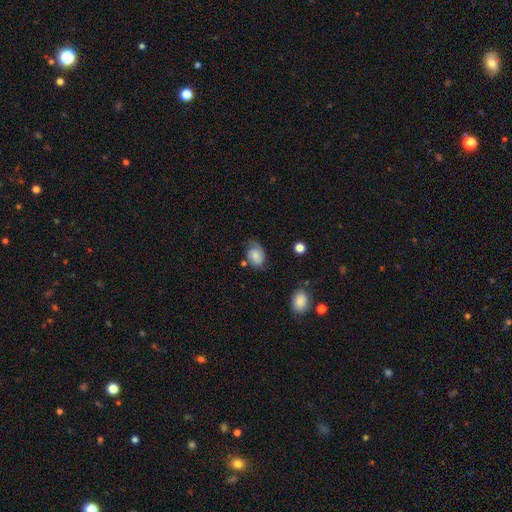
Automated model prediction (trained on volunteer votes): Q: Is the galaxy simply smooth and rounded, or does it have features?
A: smooth — 61%.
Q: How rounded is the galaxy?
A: in between — 72%.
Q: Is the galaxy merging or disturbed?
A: none — 51%.